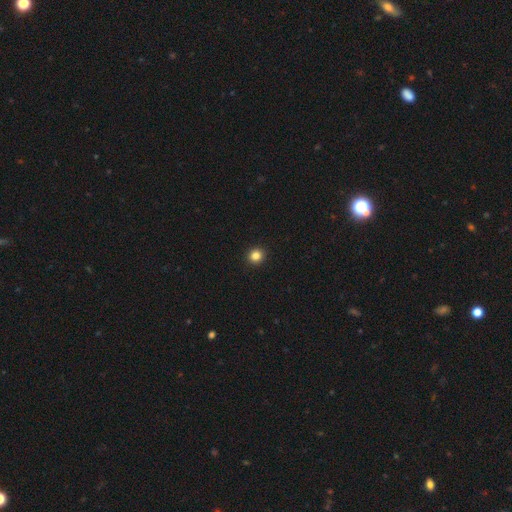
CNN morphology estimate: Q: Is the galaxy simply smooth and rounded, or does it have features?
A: smooth — 84%.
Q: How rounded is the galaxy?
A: round — 92%.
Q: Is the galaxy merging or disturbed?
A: none — 94%.